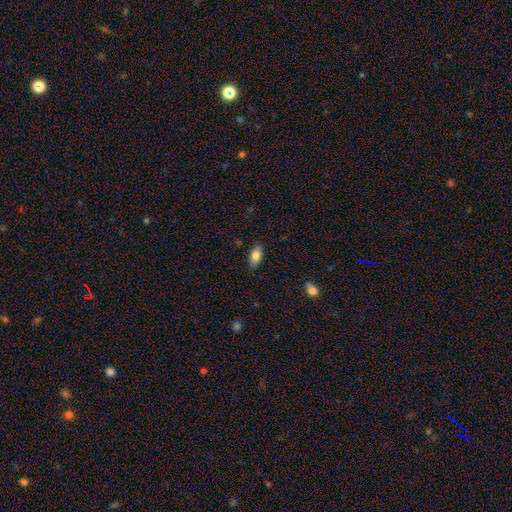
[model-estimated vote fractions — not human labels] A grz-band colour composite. It shows a smooth galaxy with no disk features (80%) that is in between round and cigar-shaped (86%). Merging: none (84%).